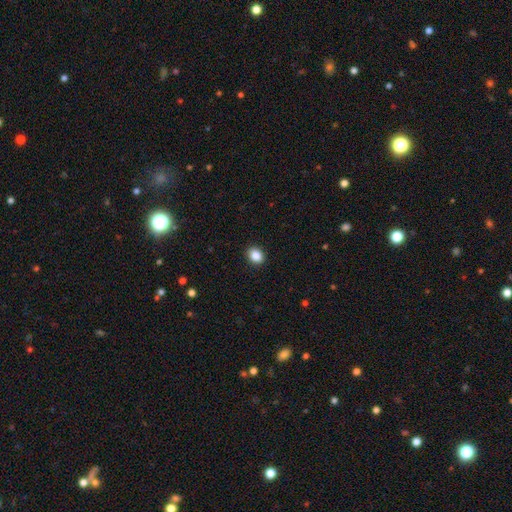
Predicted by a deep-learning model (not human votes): Smooth or featured? smooth (86%)
How rounded? in between (51%)
Merging? none (92%)